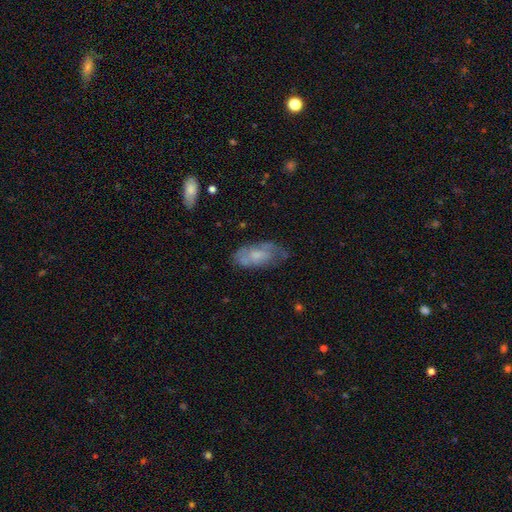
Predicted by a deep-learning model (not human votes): Q: Smooth or featured?
A: smooth (47%); runner-up: featured or disk (45%)
Q: Merging?
A: none (56%); runner-up: minor disturbance (29%)